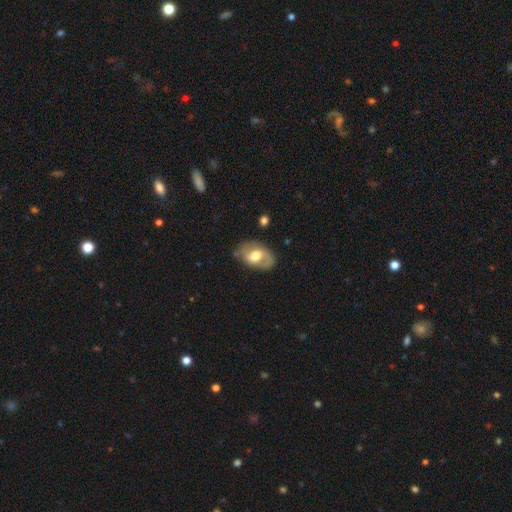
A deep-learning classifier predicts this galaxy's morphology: Smooth or featured? featured or disk (57%)
Edge-on disk? no (94%)
Bar? weak (46%)
Spiral arms? yes (67%)
Bulge size? moderate (65%)
Merging? none (70%)